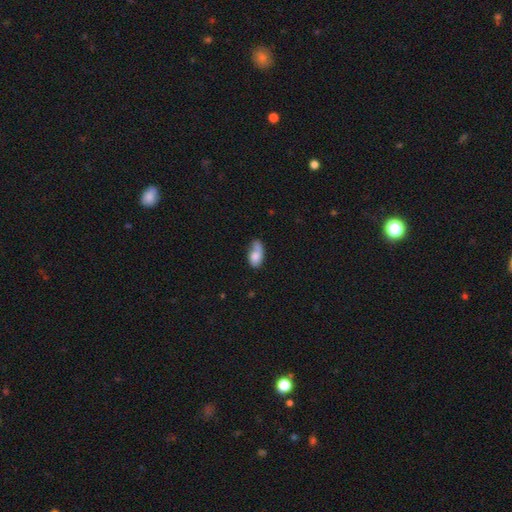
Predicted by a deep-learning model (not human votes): A smooth galaxy with no disk features (69%) that is in between round and cigar-shaped (87%).

Vote fractions:
- Smooth or featured? smooth: 69% / featured or disk: 23% / star or artifact: 8%
- How rounded? in between: 87% / round: 9% / cigar-shaped: 4%
- Merging? none: 35% / minor disturbance: 25% / major disturbance: 22% / merger: 17%